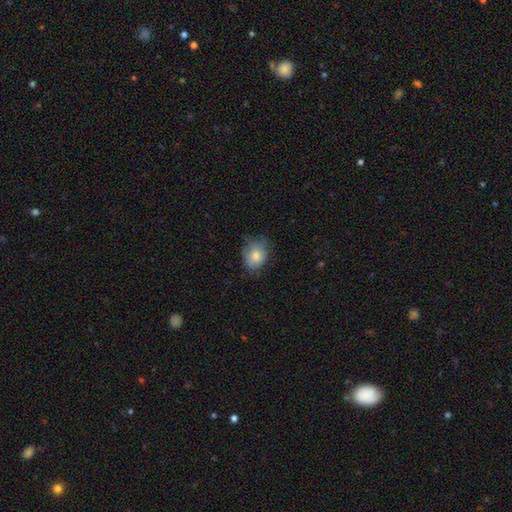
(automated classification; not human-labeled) A smooth galaxy with no disk features (79%) that is in between round and cigar-shaped (50%). Merging: none (57%).